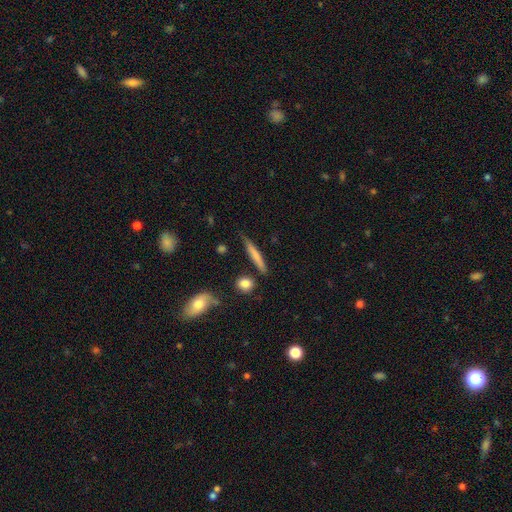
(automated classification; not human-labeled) Smooth or featured? smooth (65%)
How rounded? cigar-shaped (91%)
Merging? none (79%)